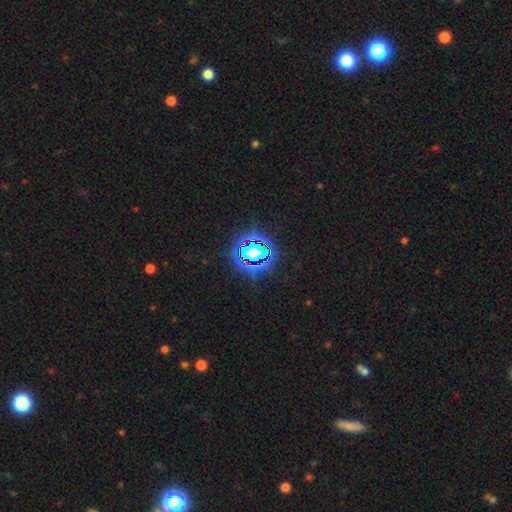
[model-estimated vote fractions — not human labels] Q: Smooth or featured?
A: star or artifact (81%); runner-up: smooth (12%)